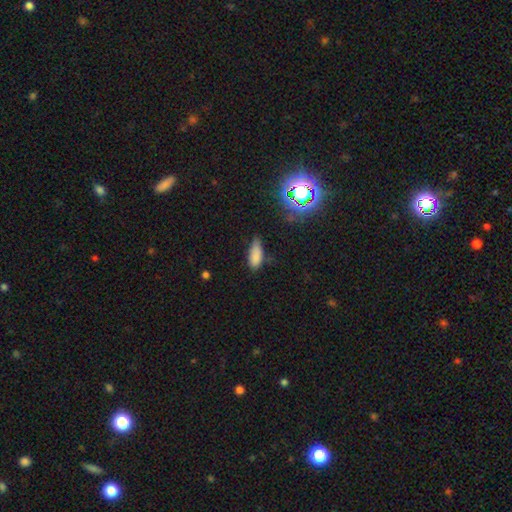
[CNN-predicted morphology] smooth 80%, star or artifact 13%, featured or disk 7%. Down the decision tree: how rounded — in between (79%); merging — none (51%).